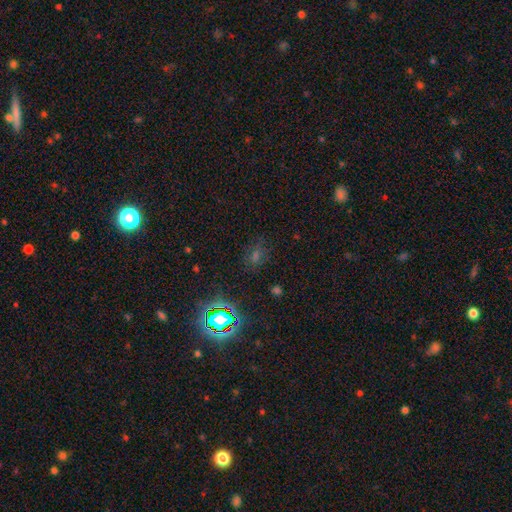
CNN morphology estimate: Overall: star or artifact (52%; smooth 38%).